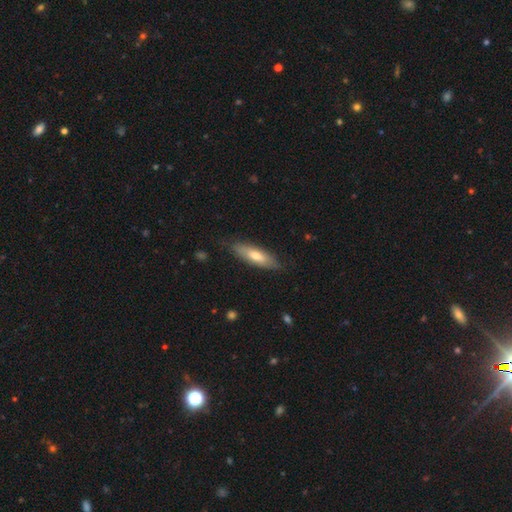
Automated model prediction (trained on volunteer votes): Q: Smooth or featured?
A: smooth (64%); runner-up: featured or disk (31%)
Q: How rounded?
A: cigar-shaped (56%); runner-up: in between (42%)
Q: Merging?
A: none (82%); runner-up: minor disturbance (14%)